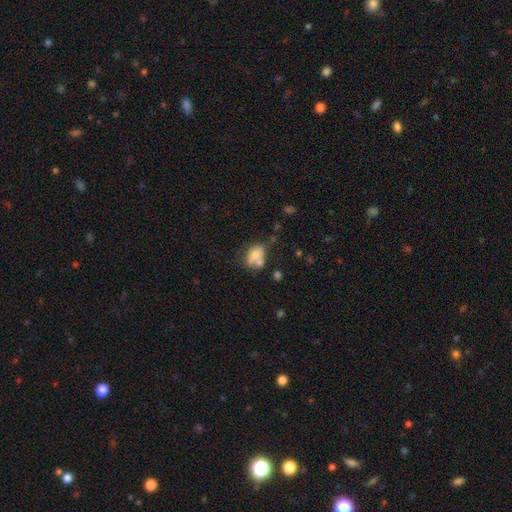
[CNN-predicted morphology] The model was most divided on "merging" (2-way tie): merger: 36%, none: 36%, minor disturbance: 19%, major disturbance: 9%. More confident: how rounded — in between (74%); smooth or featured — smooth (64%).